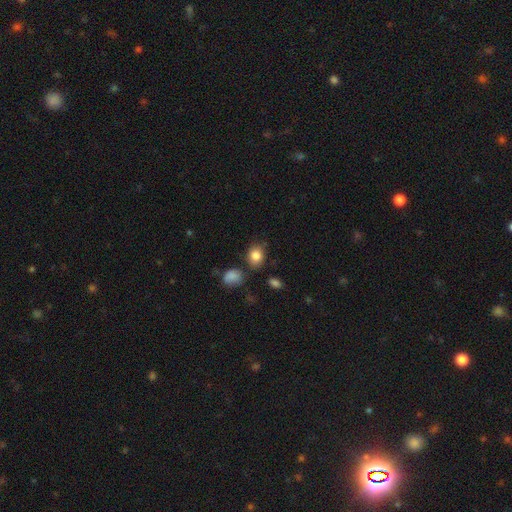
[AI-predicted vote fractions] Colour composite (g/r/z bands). It shows a smooth galaxy with no disk features (84%) that is in between round and cigar-shaped (53%). Merging: none (71%).